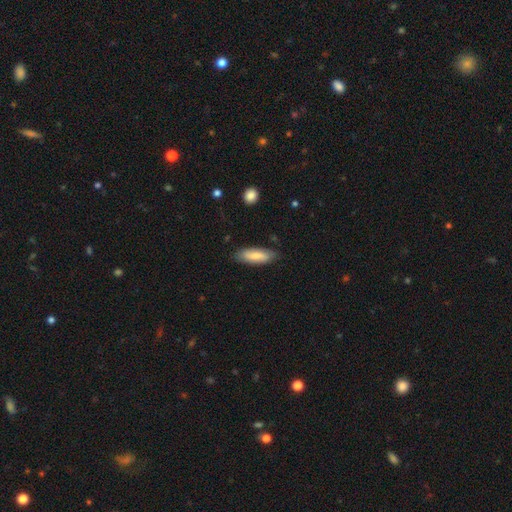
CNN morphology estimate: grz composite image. It shows a smooth galaxy with no disk features (79%) that is in between round and cigar-shaped (58%). Merging: none (82%).